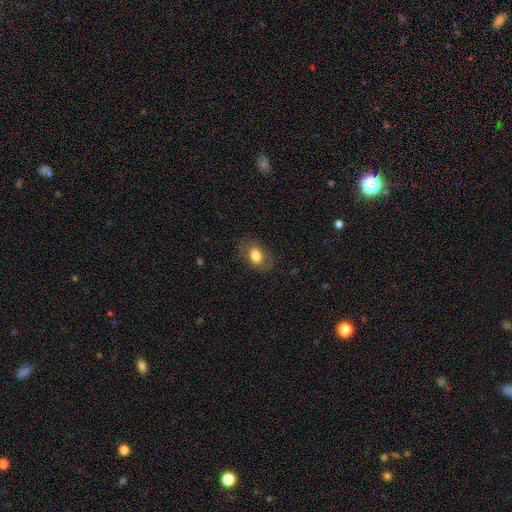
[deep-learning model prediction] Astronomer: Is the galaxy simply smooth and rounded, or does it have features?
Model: smooth — 68%.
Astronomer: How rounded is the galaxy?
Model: in between — 75%.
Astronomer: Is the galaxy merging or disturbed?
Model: none — 75%.